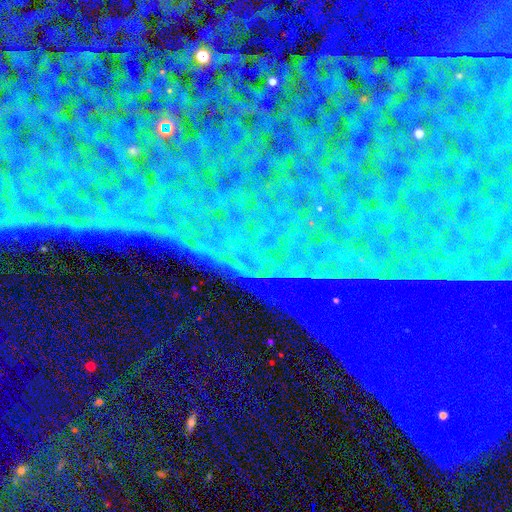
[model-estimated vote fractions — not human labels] star or artifact 87%, featured or disk 7%, smooth 6%.